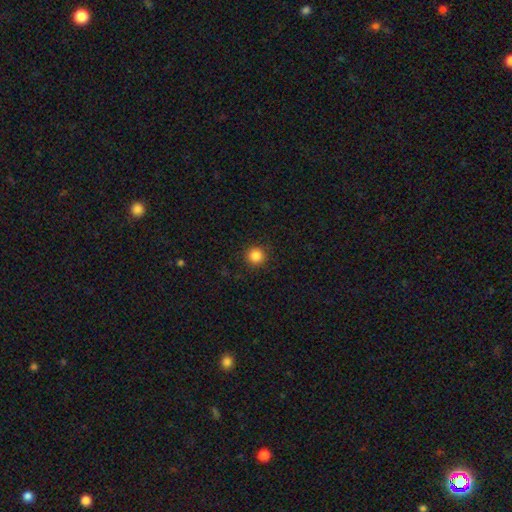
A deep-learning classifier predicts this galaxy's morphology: A smooth galaxy with no disk features (85%) that is round (95%). Merging: none (91%).